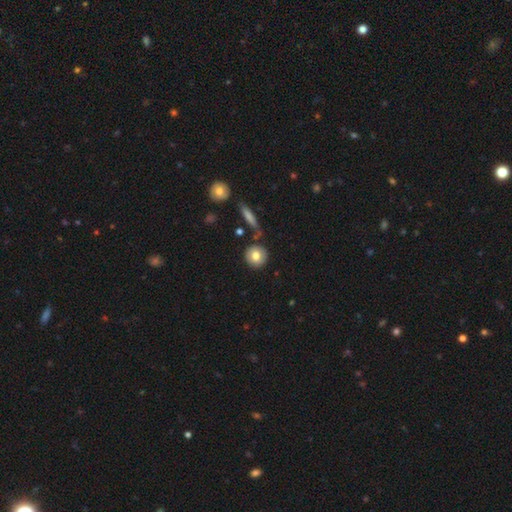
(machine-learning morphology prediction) This appears to be a smooth galaxy with no disk features (78%) that is round (88%). Merging: none (80%).